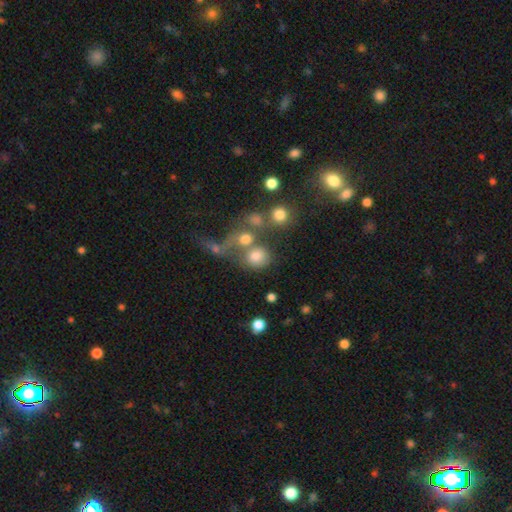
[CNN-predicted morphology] type=smooth (70%); roundness=round (77%); merging=none (41%).